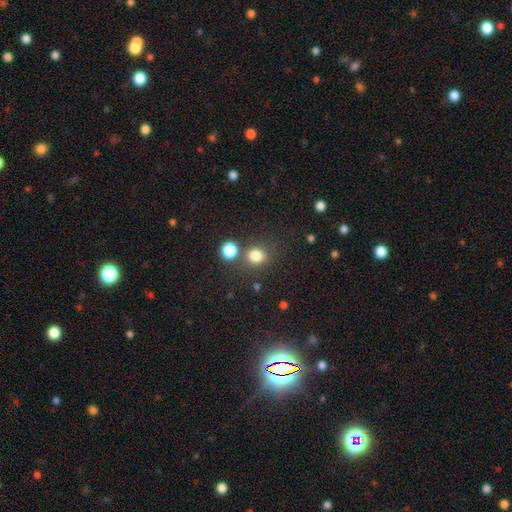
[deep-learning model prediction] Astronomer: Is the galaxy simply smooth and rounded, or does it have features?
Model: smooth — 80%.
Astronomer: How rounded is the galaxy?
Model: round — 70%.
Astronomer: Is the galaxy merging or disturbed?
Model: none — 68%.